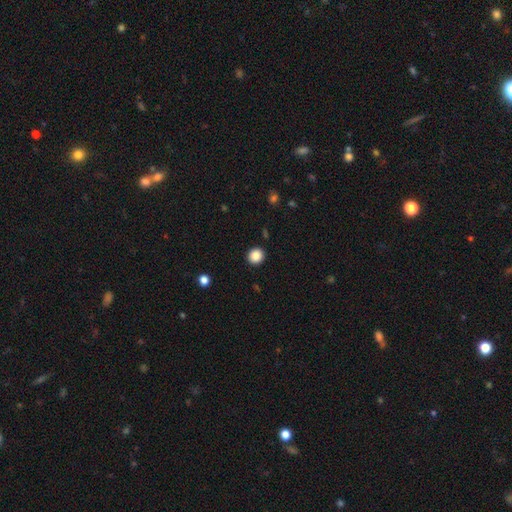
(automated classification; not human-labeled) This appears to be a smooth galaxy with no disk features (87%) that is round (89%). Merging: none (92%).